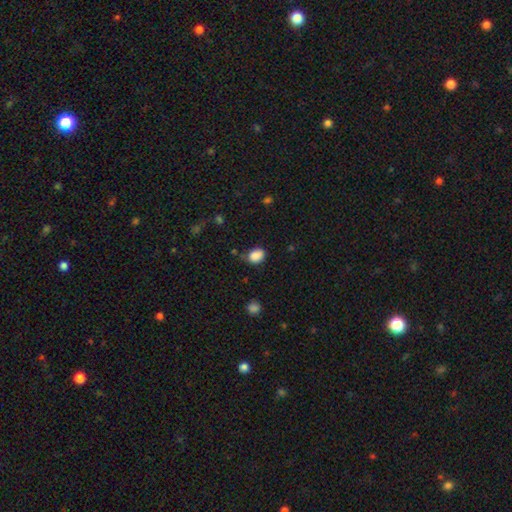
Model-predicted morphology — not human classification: Smooth or featured? Predicted: smooth (p=0.87). How rounded? Predicted: in between (p=0.66). Merging? Predicted: none (p=0.65).